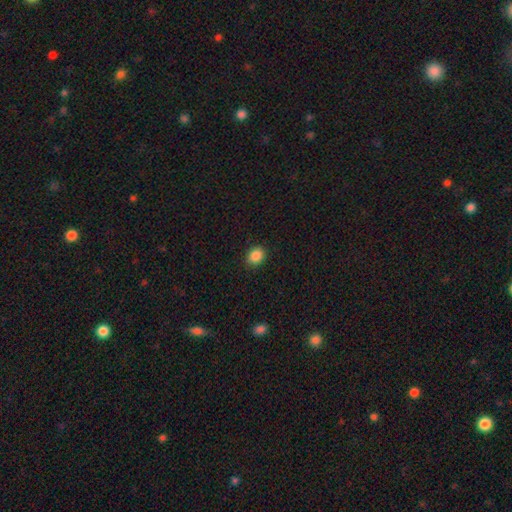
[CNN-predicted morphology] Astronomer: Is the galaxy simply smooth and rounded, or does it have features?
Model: smooth — 87%.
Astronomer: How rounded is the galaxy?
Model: round — 53% (runner-up: in between, 46%).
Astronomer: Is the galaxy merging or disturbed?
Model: none — 88%.